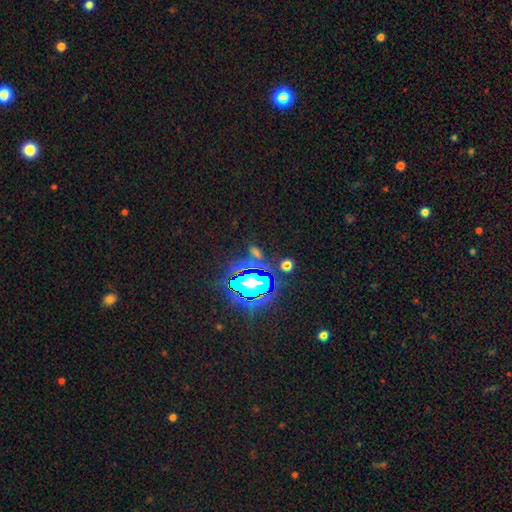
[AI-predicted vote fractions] Smooth or featured? Predicted: star or artifact (p=0.67).